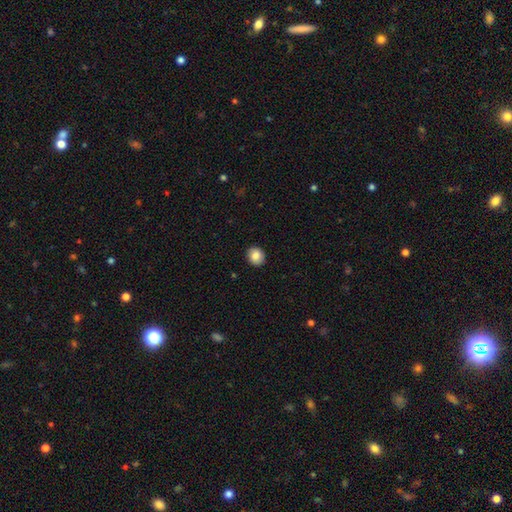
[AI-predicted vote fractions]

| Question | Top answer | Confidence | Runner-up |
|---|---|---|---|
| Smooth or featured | smooth | 84% | star or artifact (8%) |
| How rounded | round | 72% | in between (27%) |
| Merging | none | 90% | minor disturbance (7%) |